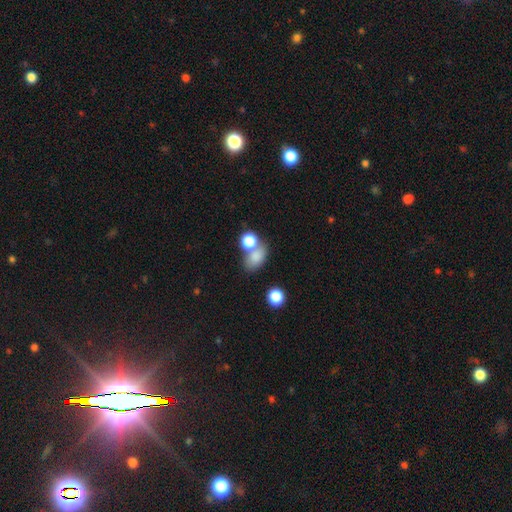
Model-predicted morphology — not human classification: type=smooth (80%); roundness=in between (73%); merging=none (45%).